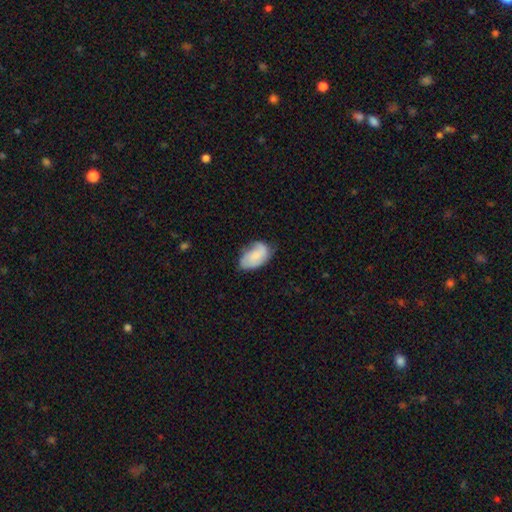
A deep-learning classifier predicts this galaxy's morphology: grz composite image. It shows a smooth galaxy with no disk features (64%) that is in between round and cigar-shaped (92%). Merging: none (53%).